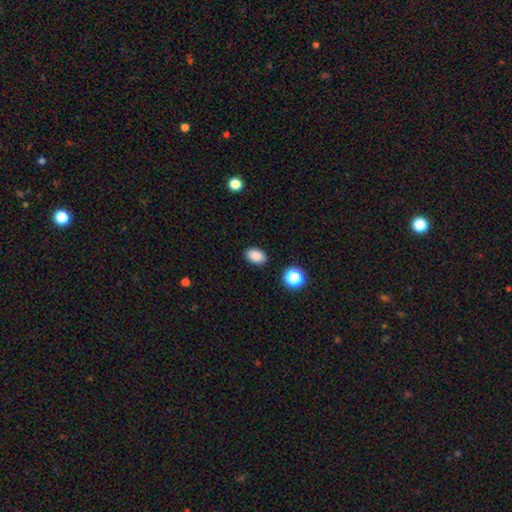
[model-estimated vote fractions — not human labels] Q: Smooth or featured?
A: smooth (87%); runner-up: star or artifact (10%)
Q: How rounded?
A: in between (87%); runner-up: round (12%)
Q: Merging?
A: none (88%); runner-up: minor disturbance (8%)